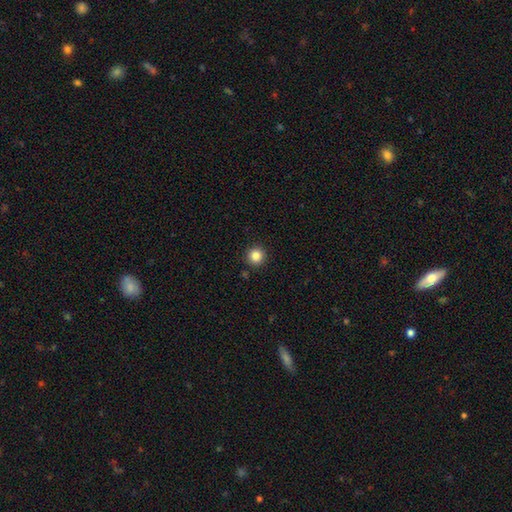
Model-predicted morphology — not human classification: A smooth galaxy with no disk features (85%) that is round (95%). Merging: none (92%).